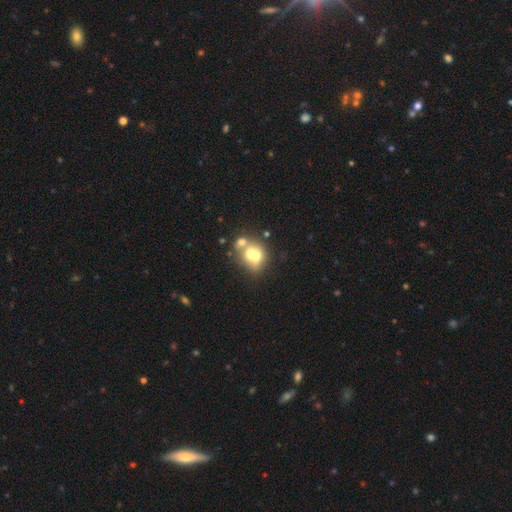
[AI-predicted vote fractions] Q: Smooth or featured?
A: smooth (55%); runner-up: featured or disk (33%)
Q: How rounded?
A: round (65%); runner-up: in between (34%)
Q: Merging?
A: merger (62%); runner-up: none (26%)